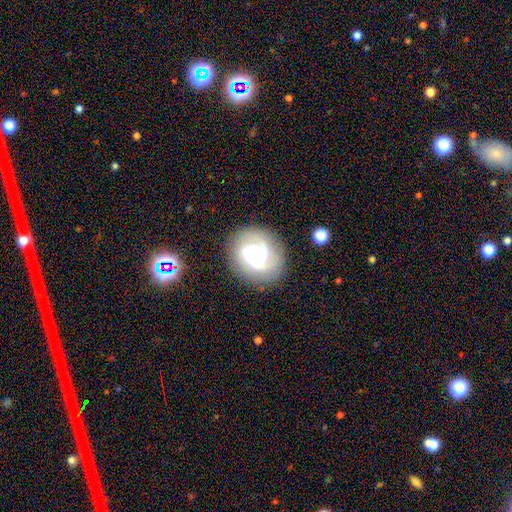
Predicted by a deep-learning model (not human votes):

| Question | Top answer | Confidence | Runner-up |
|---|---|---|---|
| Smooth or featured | featured or disk | 82% | smooth (11%) |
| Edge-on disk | no | 98% | yes (2%) |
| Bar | no | 64% | weak (29%) |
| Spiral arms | yes | 96% | no (4%) |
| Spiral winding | tight | 48% | medium (41%) |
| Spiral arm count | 3 | 38% | 2 (33%) |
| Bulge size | small | 50% | moderate (39%) |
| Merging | none | 81% | minor disturbance (12%) |